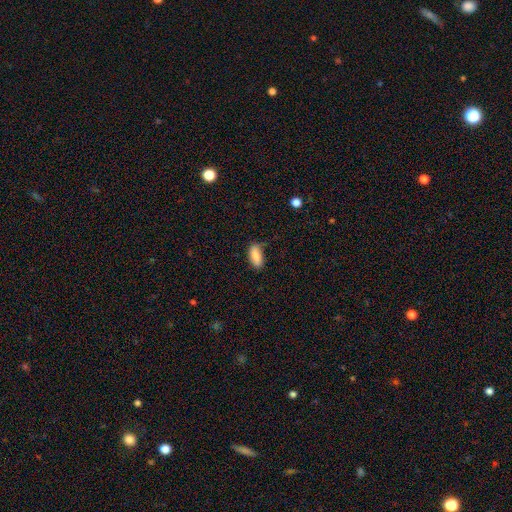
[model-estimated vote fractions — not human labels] Smooth or featured? Predicted: smooth (p=0.84). How rounded? Predicted: in between (p=0.89). Merging? Predicted: none (p=0.63).